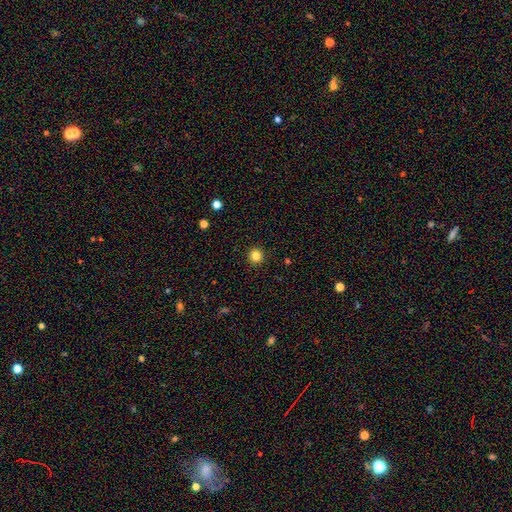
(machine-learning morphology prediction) smooth_or_featured: smooth (p=0.83) [alt: star or artifact p=0.12]
how_rounded: round (p=0.94) [alt: in between p=0.05]
merging: none (p=0.93) [alt: minor disturbance p=0.04]